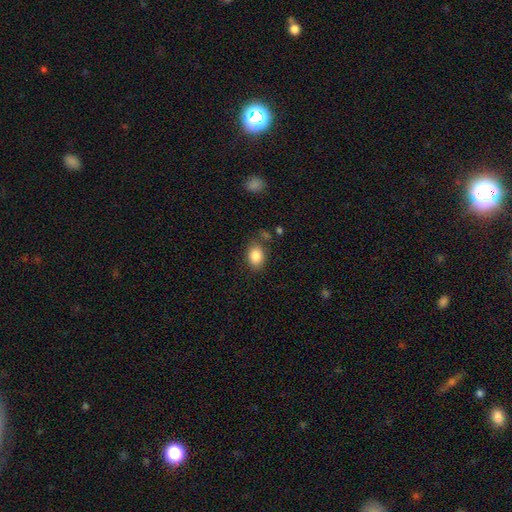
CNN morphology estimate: smooth_or_featured: smooth (p=0.85) [alt: star or artifact p=0.08]
how_rounded: in between (p=0.68) [alt: round p=0.31]
merging: none (p=0.77) [alt: minor disturbance p=0.15]